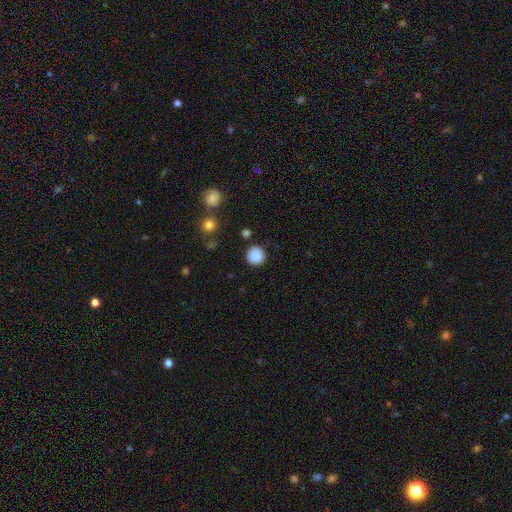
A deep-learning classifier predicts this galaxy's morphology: A smooth galaxy with no disk features (88%) that is round (94%). Merging: none (87%).